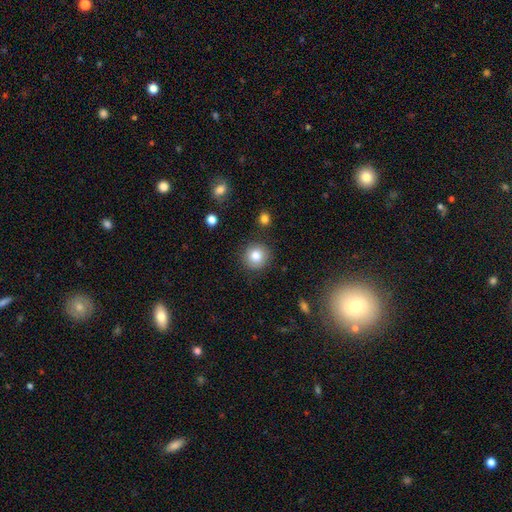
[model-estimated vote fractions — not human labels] This is clearly a smooth galaxy (83%). How rounded: clearly round (92%). Merging: clearly none (87%).